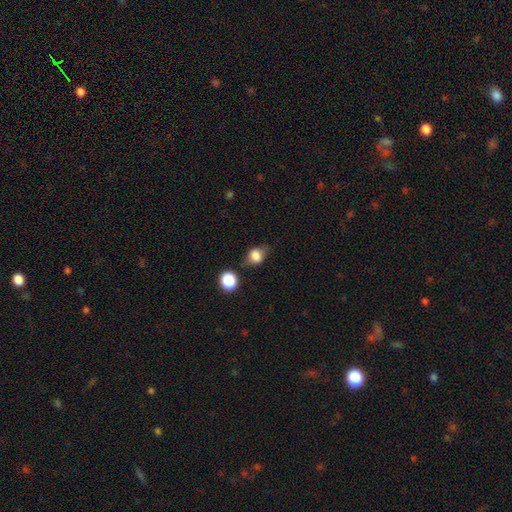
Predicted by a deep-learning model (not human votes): Q: Smooth or featured?
A: smooth (75%); runner-up: featured or disk (14%)
Q: How rounded?
A: in between (51%); runner-up: round (47%)
Q: Merging?
A: none (63%); runner-up: minor disturbance (23%)